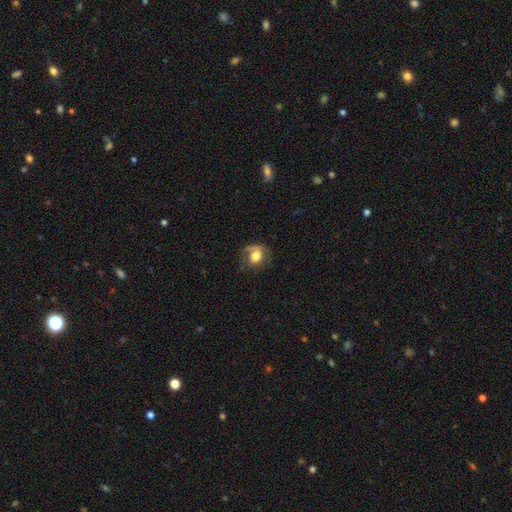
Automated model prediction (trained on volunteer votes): Smooth or featured?
  - smooth: 65% *
  - featured or disk: 26%
  - star or artifact: 9%
How rounded?
  - round: 58% *
  - in between: 41%
  - cigar-shaped: 1%
Merging?
  - none: 50% *
  - minor disturbance: 26%
  - major disturbance: 22%
  - merger: 2%